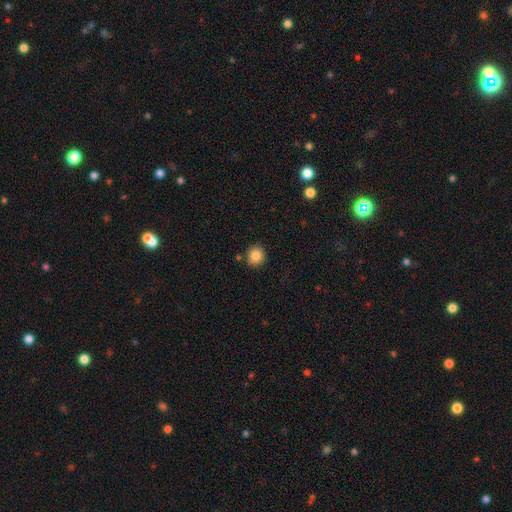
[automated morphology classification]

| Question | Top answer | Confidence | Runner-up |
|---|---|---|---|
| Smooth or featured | smooth | 85% | star or artifact (9%) |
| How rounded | round | 90% | in between (9%) |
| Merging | none | 84% | minor disturbance (10%) |